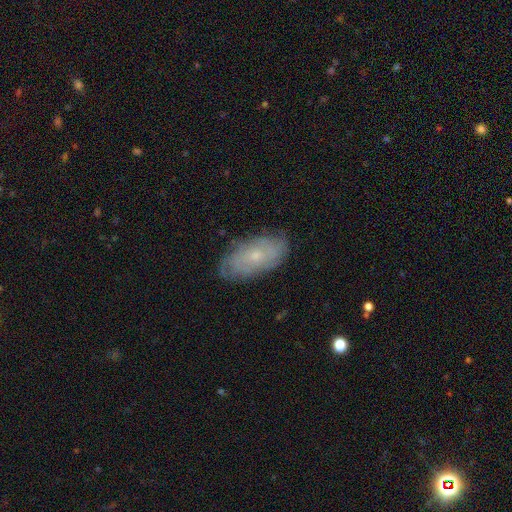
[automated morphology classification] A featured or disk galaxy (53%).

Vote fractions:
- Smooth or featured? featured or disk: 53% / smooth: 39% / star or artifact: 8%
- Edge-on disk? no: 90% / yes: 10%
- Merging? none: 79% / minor disturbance: 16% / major disturbance: 4% / merger: 1%